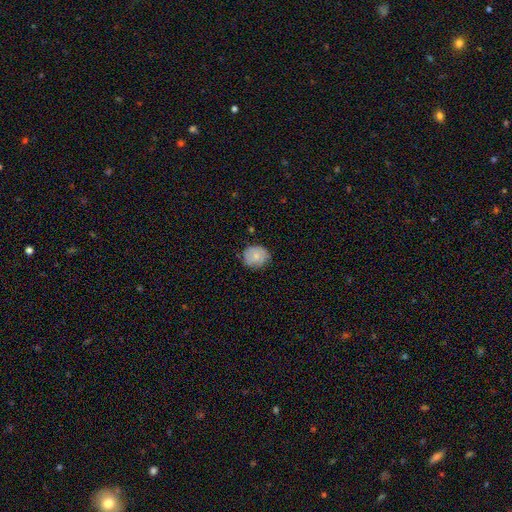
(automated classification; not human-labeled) Smooth or featured: smooth — 74% (featured or disk — 18%)
How rounded: round — 71% (in between — 28%)
Merging: none — 73% (minor disturbance — 21%)